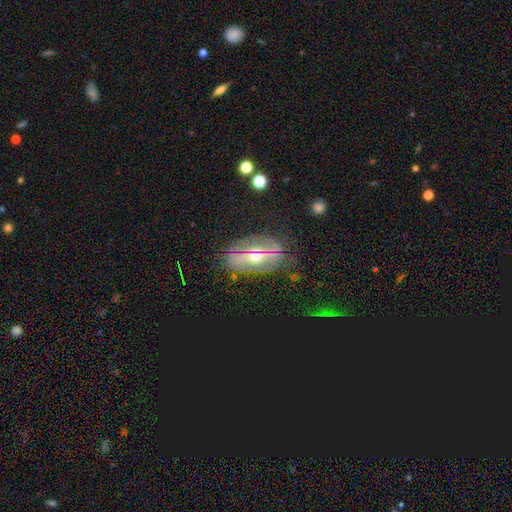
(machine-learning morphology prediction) Overall: featured or disk (52%; smooth 31%). Edge-on disk: no (75%). Merging: none (76%).